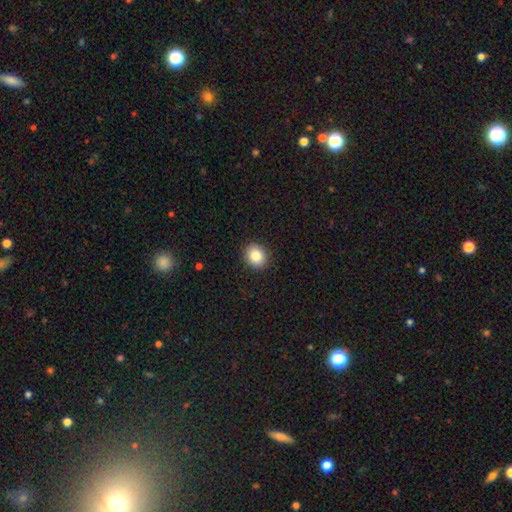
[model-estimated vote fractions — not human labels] smooth-or-featured: smooth: 85% | star or artifact: 9% | featured or disk: 6%
  how-rounded: round: 66% | in between: 33% | cigar-shaped: 1%
  merging: none: 91% | minor disturbance: 6% | major disturbance: 2% | merger: 1%